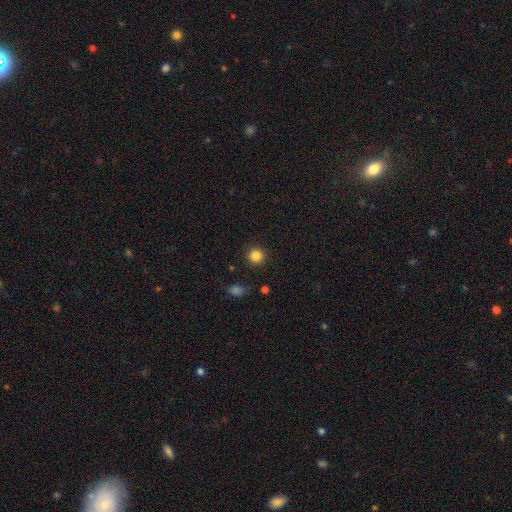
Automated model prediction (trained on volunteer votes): Q: Smooth or featured?
A: smooth (85%); runner-up: star or artifact (11%)
Q: How rounded?
A: round (94%); runner-up: in between (5%)
Q: Merging?
A: none (89%); runner-up: minor disturbance (6%)